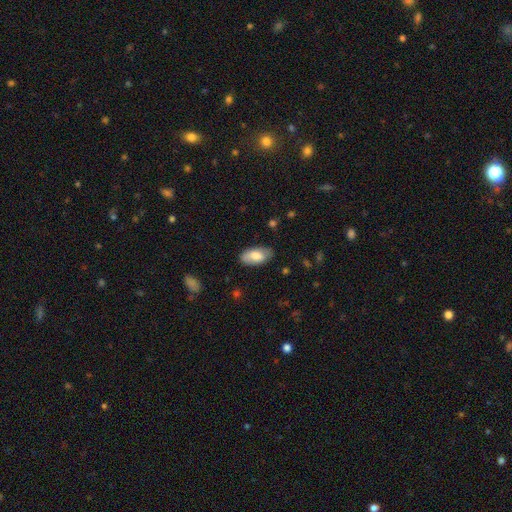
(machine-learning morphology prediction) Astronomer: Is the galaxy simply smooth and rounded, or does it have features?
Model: smooth — 74%.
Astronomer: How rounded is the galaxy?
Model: in between — 94%.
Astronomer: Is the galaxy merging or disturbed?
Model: none — 78%.